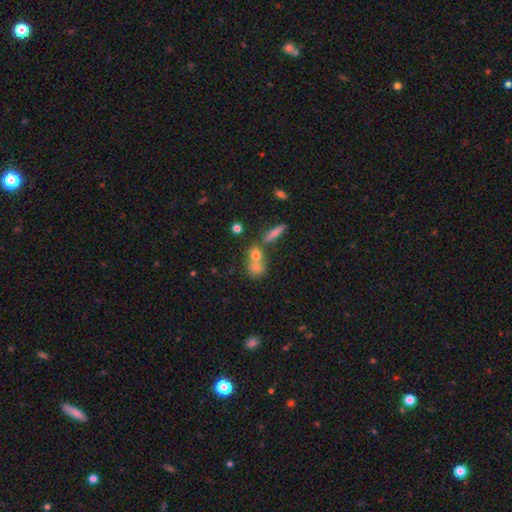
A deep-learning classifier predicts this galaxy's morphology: Smooth or featured? smooth (69%)
How rounded? round (55%)
Merging? merger (54%)